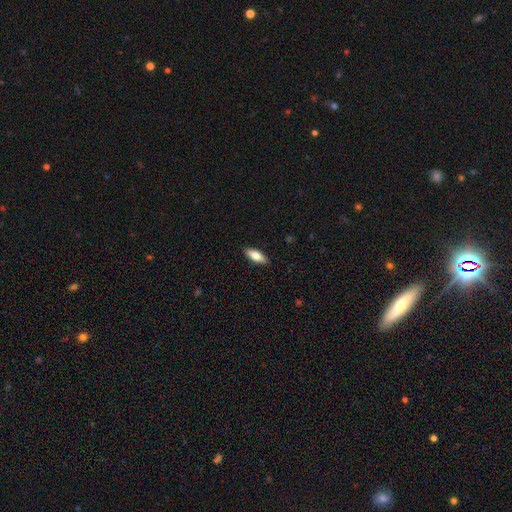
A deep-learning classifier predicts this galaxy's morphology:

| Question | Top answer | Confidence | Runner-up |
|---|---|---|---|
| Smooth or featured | smooth | 73% | featured or disk (22%) |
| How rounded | in between | 68% | cigar-shaped (30%) |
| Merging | none | 89% | minor disturbance (8%) |